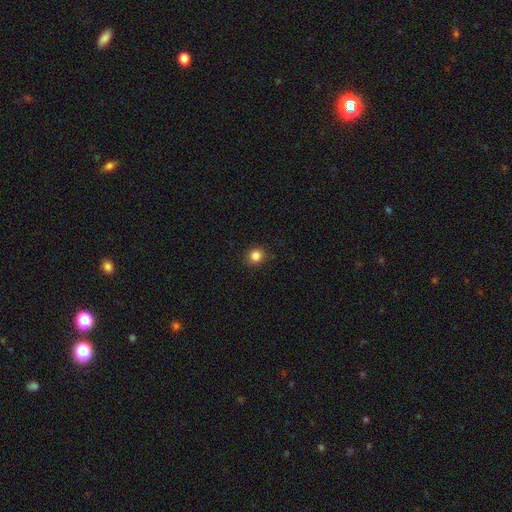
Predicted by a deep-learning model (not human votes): smooth_or_featured: smooth (p=0.84) [alt: star or artifact p=0.11]
how_rounded: round (p=0.90) [alt: in between p=0.09]
merging: none (p=0.89) [alt: minor disturbance p=0.08]